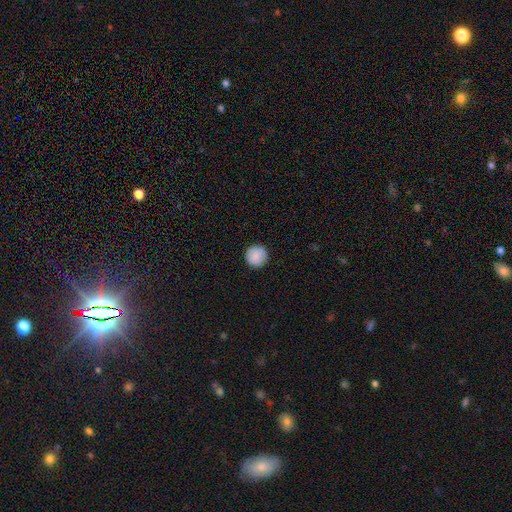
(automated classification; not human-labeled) Smooth or featured? smooth (89%)
How rounded? round (96%)
Merging? none (92%)